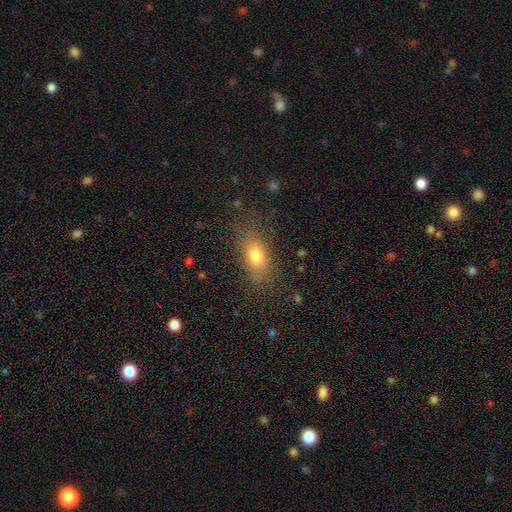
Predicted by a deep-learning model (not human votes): Smooth or featured?
  - smooth: 77% *
  - featured or disk: 12%
  - star or artifact: 10%
How rounded?
  - in between: 81% *
  - round: 11%
  - cigar-shaped: 9%
Merging?
  - none: 78% *
  - minor disturbance: 15%
  - major disturbance: 6%
  - merger: 2%